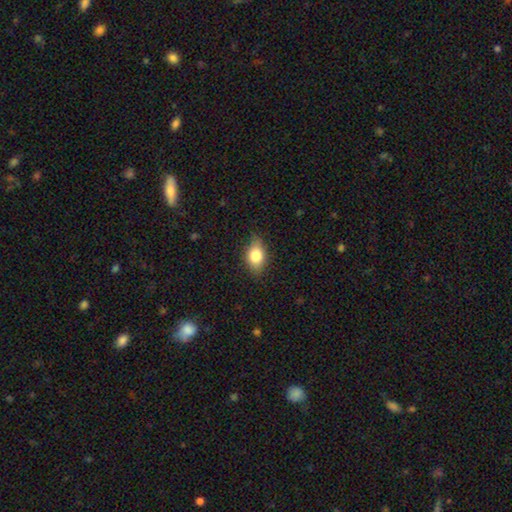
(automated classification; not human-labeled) smooth 75%, featured or disk 16%, star or artifact 9%. Down the decision tree: how rounded — in between (80%); merging — none (80%).